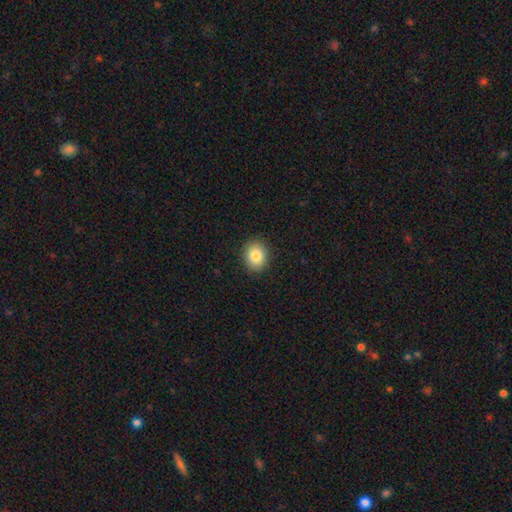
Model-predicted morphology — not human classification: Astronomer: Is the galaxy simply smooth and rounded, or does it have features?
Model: smooth — 84%.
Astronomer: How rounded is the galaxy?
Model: round — 59% (runner-up: in between, 40%).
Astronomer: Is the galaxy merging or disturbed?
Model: none — 90%.